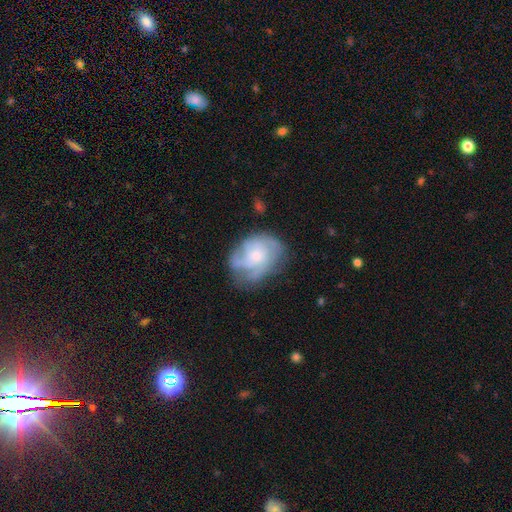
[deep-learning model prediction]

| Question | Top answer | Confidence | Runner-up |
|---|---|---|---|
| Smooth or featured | featured or disk | 72% | smooth (21%) |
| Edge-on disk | no | 97% | yes (3%) |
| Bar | no | 77% | weak (21%) |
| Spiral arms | yes | 87% | no (13%) |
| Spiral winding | tight | 47% | medium (39%) |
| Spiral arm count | can't tell | 33% | 3 (27%) |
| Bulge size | small | 48% | moderate (42%) |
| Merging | none | 60% | minor disturbance (25%) |